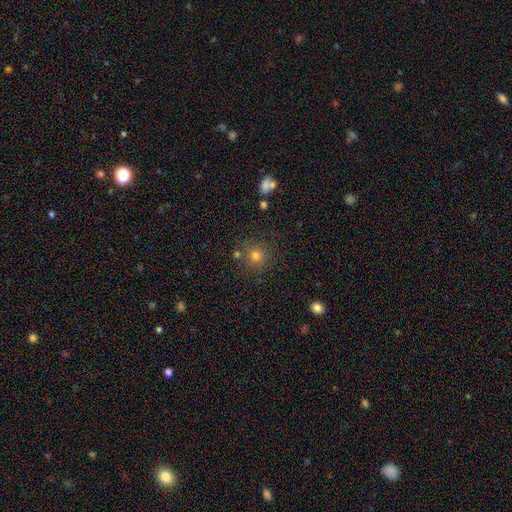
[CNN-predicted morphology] A smooth galaxy with no disk features (76%) that is round (93%).

Vote fractions:
- Smooth or featured? smooth: 76% / star or artifact: 16% / featured or disk: 8%
- How rounded? round: 93% / in between: 6% / cigar-shaped: 1%
- Merging? none: 80% / minor disturbance: 9% / merger: 7% / major disturbance: 3%